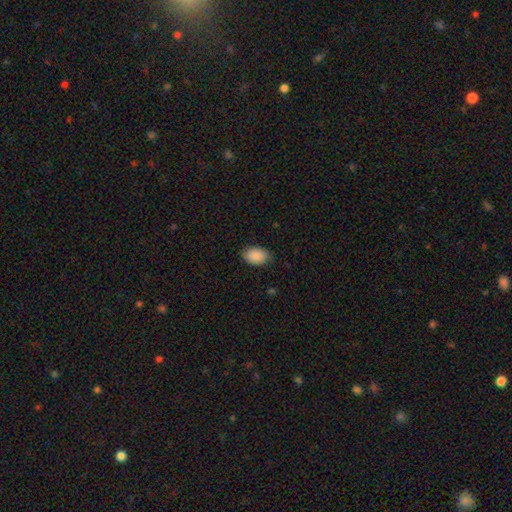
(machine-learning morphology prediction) Q: Smooth or featured?
A: smooth (90%); runner-up: star or artifact (6%)
Q: How rounded?
A: in between (88%); runner-up: round (11%)
Q: Merging?
A: none (83%); runner-up: minor disturbance (13%)